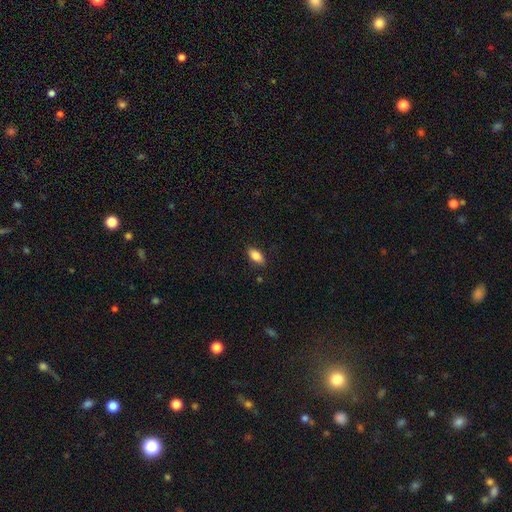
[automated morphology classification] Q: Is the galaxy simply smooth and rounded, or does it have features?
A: smooth — 83%.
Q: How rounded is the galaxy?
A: in between — 88%.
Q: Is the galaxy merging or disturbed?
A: none — 85%.